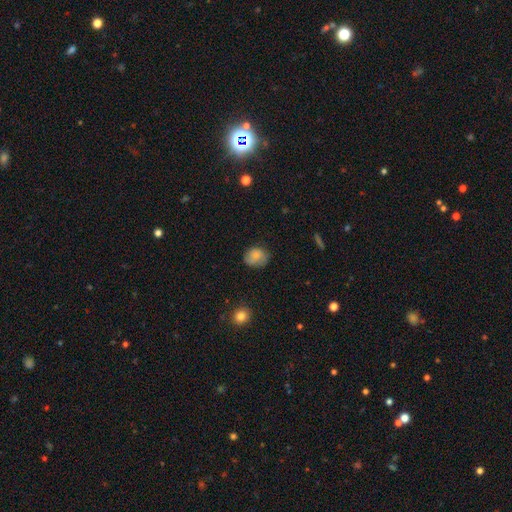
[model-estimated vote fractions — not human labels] Q: Smooth or featured?
A: smooth (79%); runner-up: featured or disk (13%)
Q: How rounded?
A: round (56%); runner-up: in between (43%)
Q: Merging?
A: none (66%); runner-up: minor disturbance (26%)